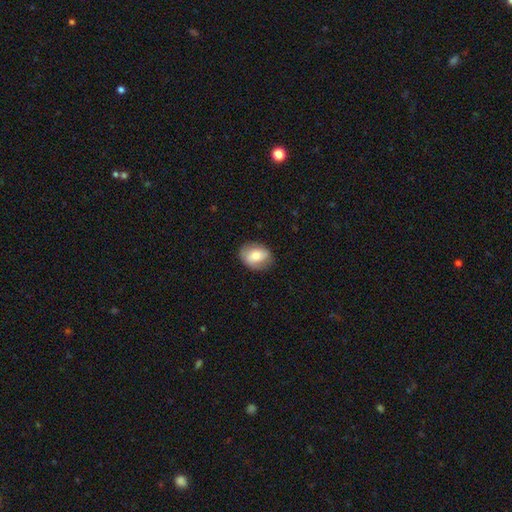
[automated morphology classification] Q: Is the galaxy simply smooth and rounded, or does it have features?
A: smooth — 70%.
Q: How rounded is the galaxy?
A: in between — 67%.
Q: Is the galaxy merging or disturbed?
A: none — 80%.